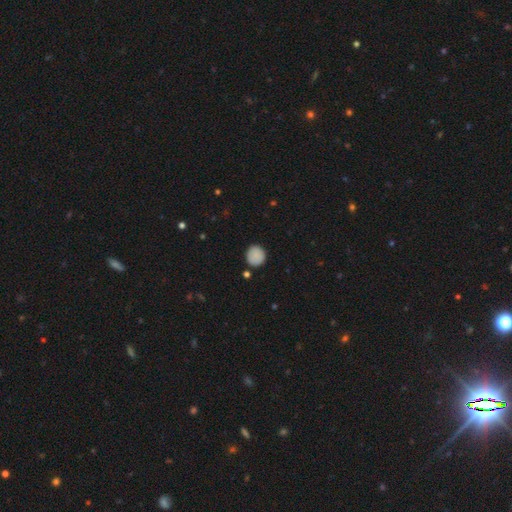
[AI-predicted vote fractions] The model was most divided on "how rounded": round: 88%, in between: 11%, cigar-shaped: 1%. More confident: smooth or featured — smooth (87%); merging — none (87%).